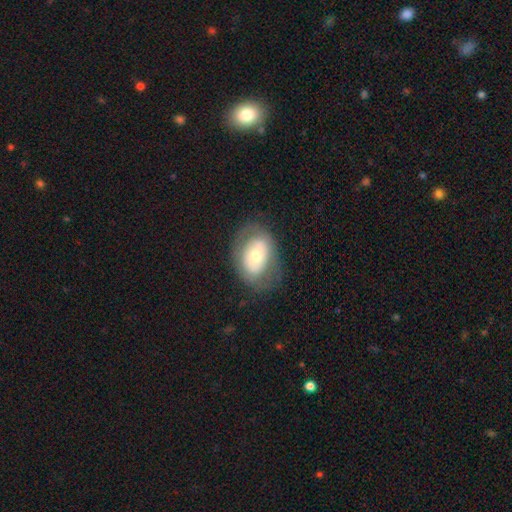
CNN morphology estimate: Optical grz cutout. It shows a smooth galaxy with no disk features (51%) that is in between round and cigar-shaped (80%). Merging: none (70%).